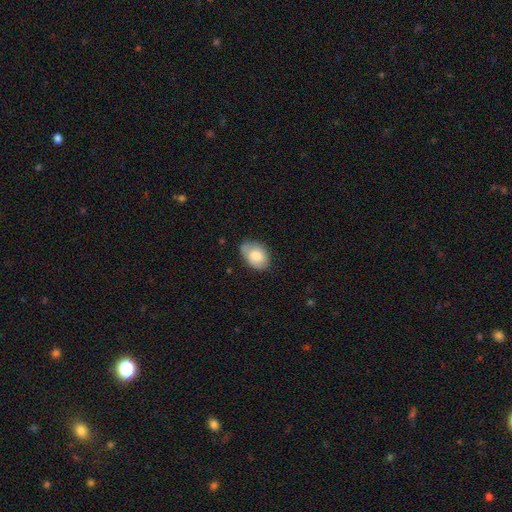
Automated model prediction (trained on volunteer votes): This appears to be a smooth galaxy with no disk features (78%) that is in between round and cigar-shaped (86%). Merging: none (66%).